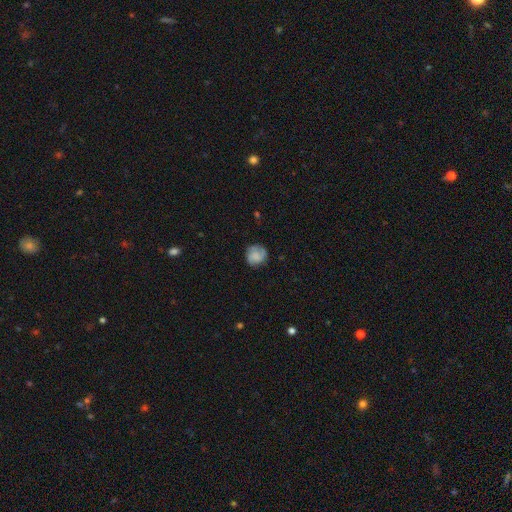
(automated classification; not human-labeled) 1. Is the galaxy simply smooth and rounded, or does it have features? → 65% smooth, 26% featured or disk, 9% star or artifact.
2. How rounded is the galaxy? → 84% round, 15% in between, 1% cigar-shaped.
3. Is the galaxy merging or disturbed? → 74% none, 18% minor disturbance, 6% major disturbance, 1% merger.